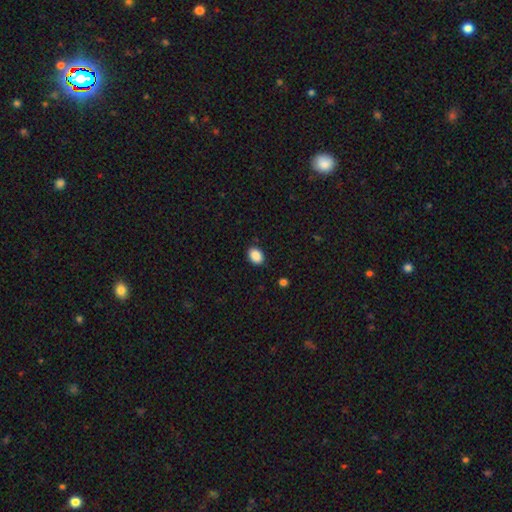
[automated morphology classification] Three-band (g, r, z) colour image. It shows a smooth galaxy with no disk features (89%) that is in between round and cigar-shaped (71%). Merging: none (87%).